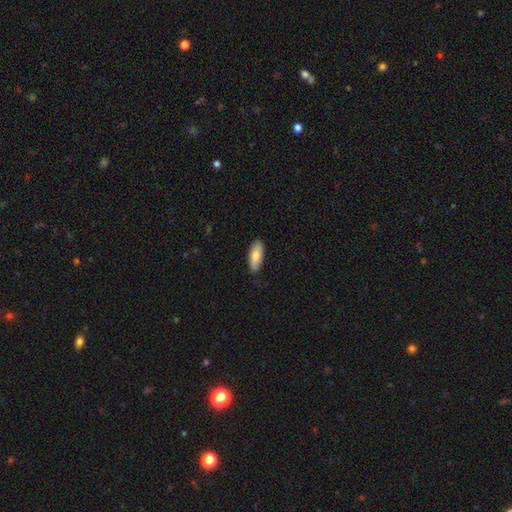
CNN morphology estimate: This is likely a smooth galaxy (79%). How rounded: likely in between (74%). Merging: clearly none (85%).